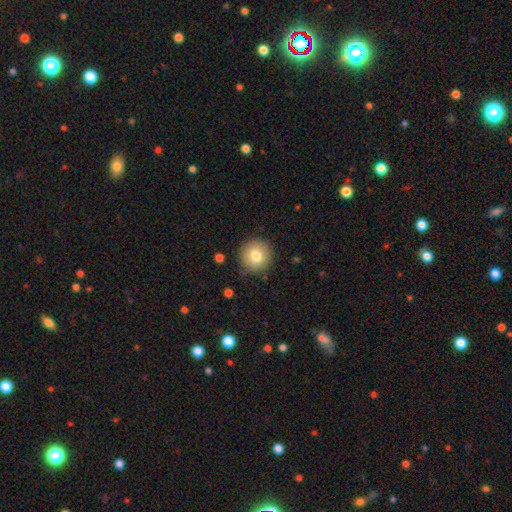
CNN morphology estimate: Q: Smooth or featured?
A: smooth (79%); runner-up: featured or disk (12%)
Q: How rounded?
A: round (94%); runner-up: in between (5%)
Q: Merging?
A: none (88%); runner-up: minor disturbance (8%)